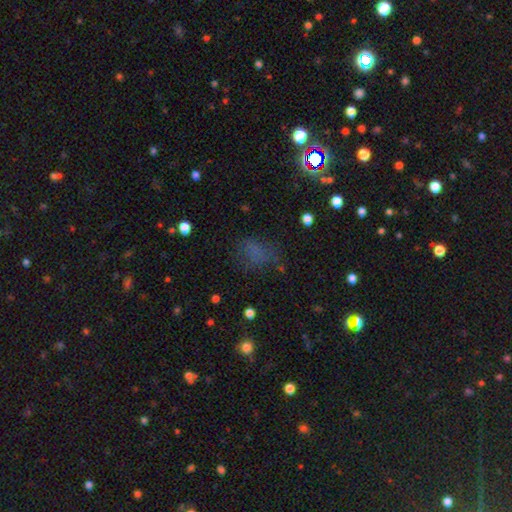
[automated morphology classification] Smooth or featured?
  - smooth: 49% *
  - star or artifact: 39%
  - featured or disk: 13%
Merging?
  - none: 63% *
  - minor disturbance: 19%
  - major disturbance: 15%
  - merger: 3%